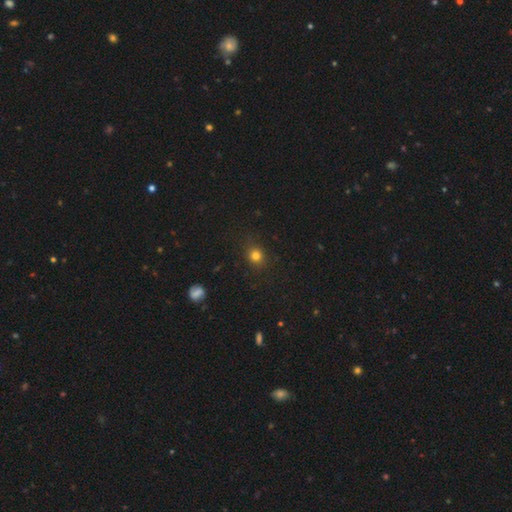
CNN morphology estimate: smooth-or-featured: smooth: 79% | star or artifact: 15% | featured or disk: 6%
  how-rounded: round: 78% | in between: 21% | cigar-shaped: 1%
  merging: none: 86% | minor disturbance: 10% | major disturbance: 3% | merger: 1%